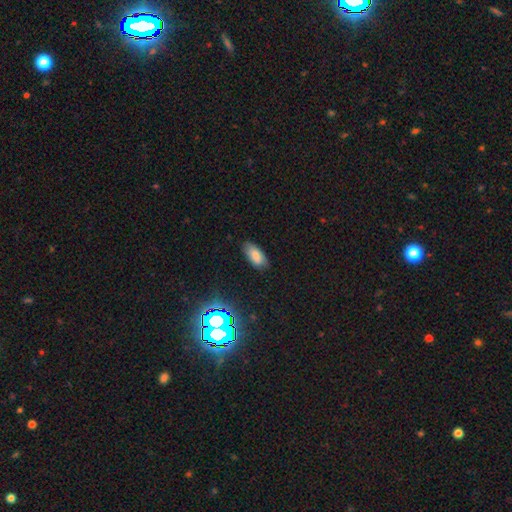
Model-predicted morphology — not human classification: Smooth or featured? Predicted: smooth (p=0.80). How rounded? Predicted: in between (p=0.90). Merging? Predicted: none (p=0.80).